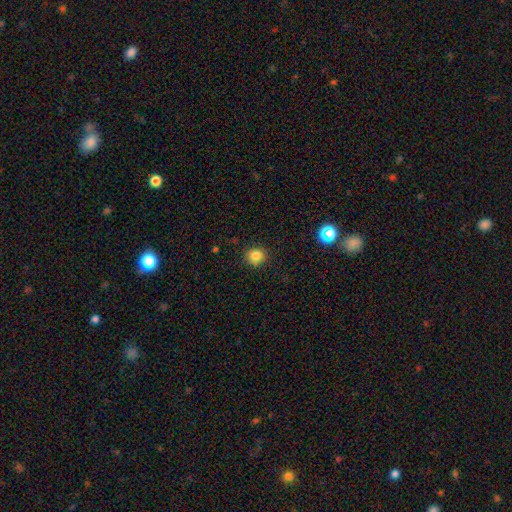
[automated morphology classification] Overall: smooth (83%). How rounded: round (84%). Merging: none (88%).